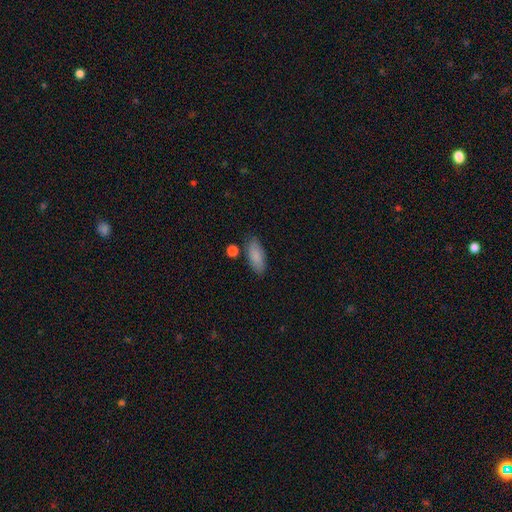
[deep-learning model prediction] Morphology: type=smooth (86%); roundness=in between (85%); merging=none (78%).